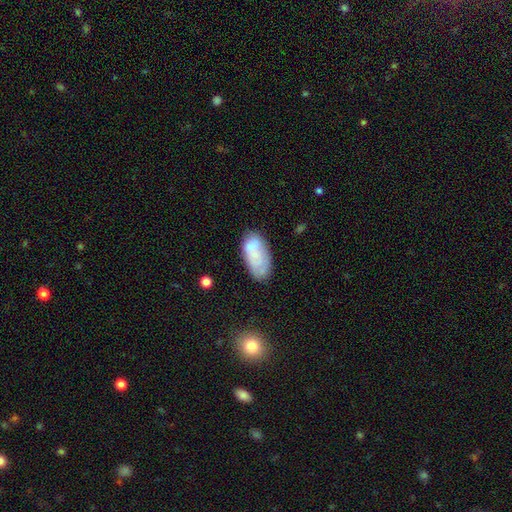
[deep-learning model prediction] Smooth or featured? smooth (61%)
How rounded? in between (92%)
Merging? none (54%)